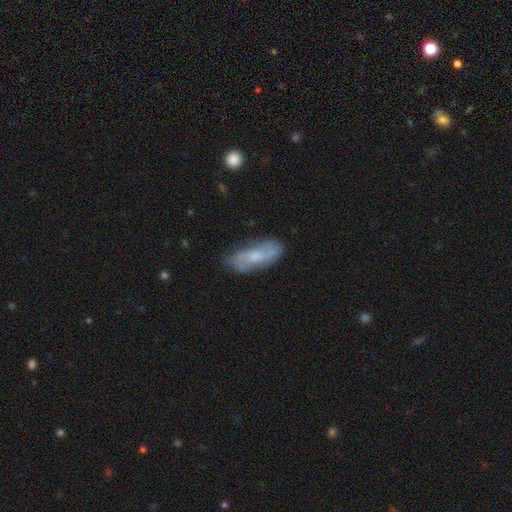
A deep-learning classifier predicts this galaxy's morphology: Q: Smooth or featured?
A: featured or disk (61%); runner-up: smooth (32%)
Q: Edge-on disk?
A: no (90%); runner-up: yes (10%)
Q: Bar?
A: no (52%); runner-up: weak (40%)
Q: Spiral arms?
A: yes (89%); runner-up: no (11%)
Q: Bulge size?
A: moderate (42%); runner-up: small (37%)
Q: Merging?
A: none (75%); runner-up: minor disturbance (18%)